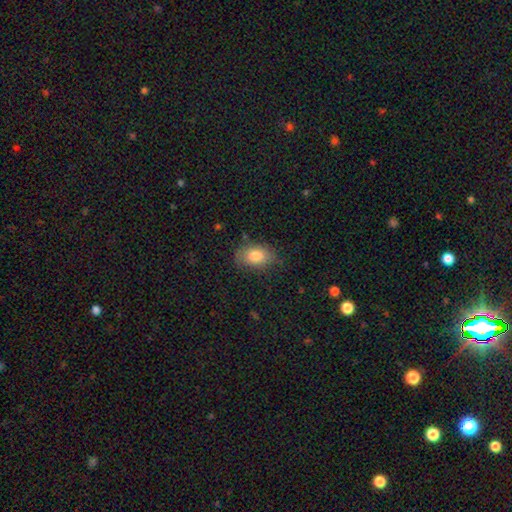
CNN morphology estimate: smooth-or-featured: smooth: 80% | featured or disk: 12% | star or artifact: 8%
  how-rounded: in between: 85% | round: 13% | cigar-shaped: 2%
  merging: none: 73% | minor disturbance: 20% | major disturbance: 5% | merger: 2%